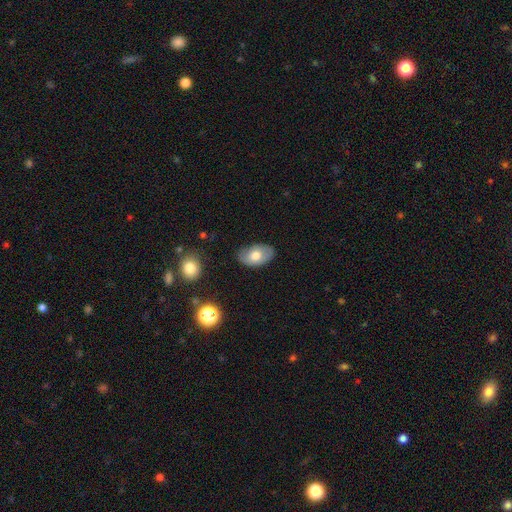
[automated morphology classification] smooth 67%, featured or disk 26%, star or artifact 7%. Down the decision tree: how rounded — in between (91%); merging — none (77%).